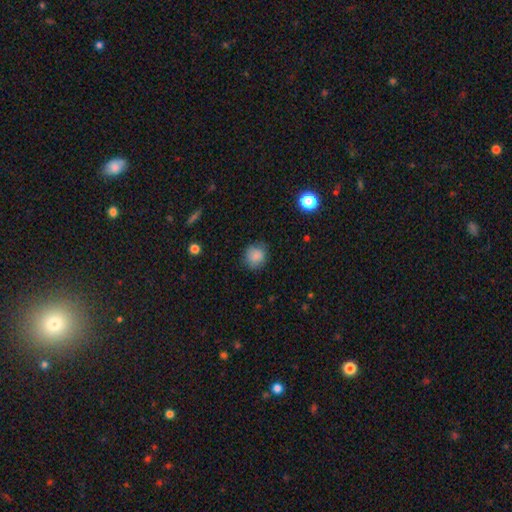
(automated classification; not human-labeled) Smooth or featured? Predicted: smooth (p=0.86). How rounded? Predicted: round (p=0.85). Merging? Predicted: none (p=0.81).